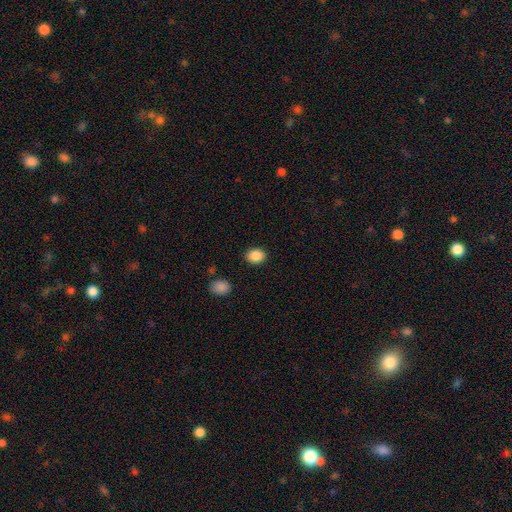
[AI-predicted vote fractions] Morphology: type=smooth (88%); roundness=round (51%); merging=none (89%).